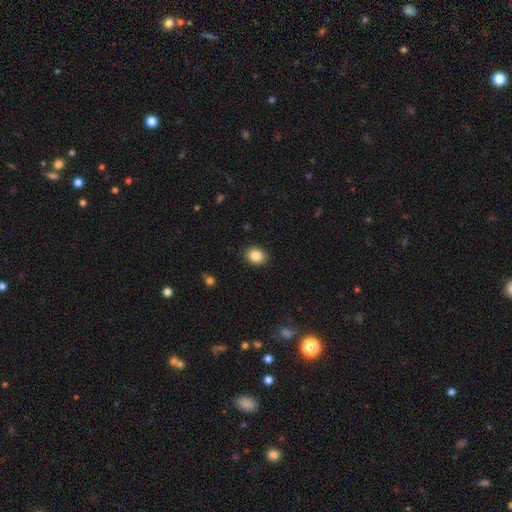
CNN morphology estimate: type=smooth (85%); roundness=round (52%); merging=none (90%).